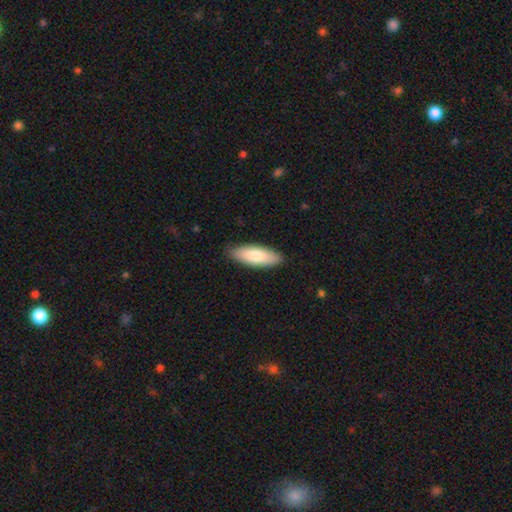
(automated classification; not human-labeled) This is likely a smooth galaxy (78%). How rounded: likely in between (65%). Merging: clearly none (88%).